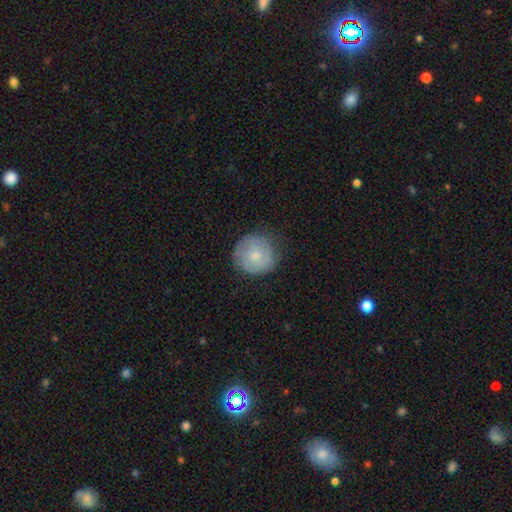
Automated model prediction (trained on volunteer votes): Smooth or featured?
  - smooth: 61% *
  - featured or disk: 32%
  - star or artifact: 7%
How rounded?
  - round: 93% *
  - in between: 6%
  - cigar-shaped: 1%
Merging?
  - none: 76% *
  - minor disturbance: 18%
  - major disturbance: 5%
  - merger: 1%